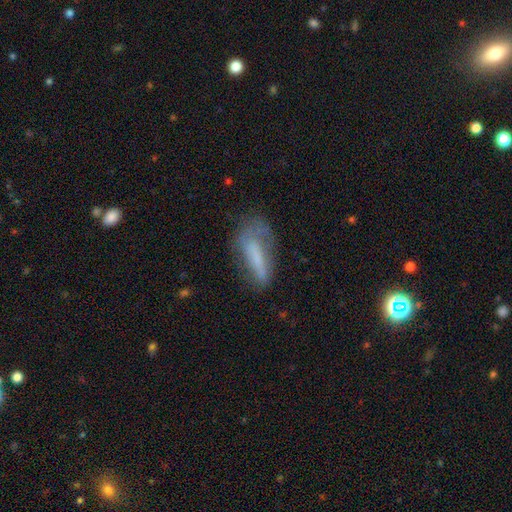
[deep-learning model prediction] A smooth galaxy with no disk features (54%) that is in between round and cigar-shaped (50%).

Vote fractions:
- Smooth or featured? smooth: 54% / featured or disk: 35% / star or artifact: 10%
- How rounded? in between: 50% / cigar-shaped: 47% / round: 3%
- Merging? none: 41% / minor disturbance: 29% / major disturbance: 27% / merger: 3%